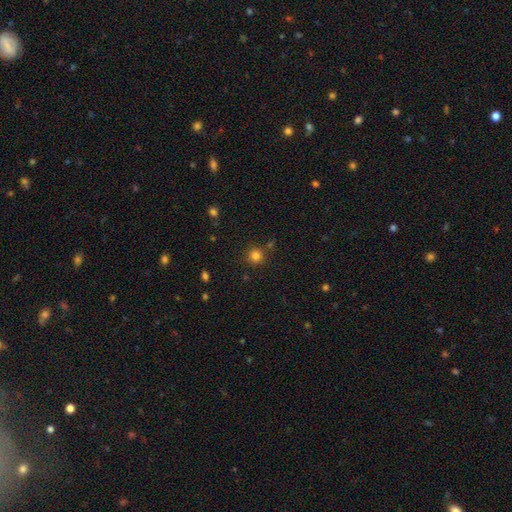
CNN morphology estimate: Smooth or featured? smooth (81%)
How rounded? round (93%)
Merging? none (82%)